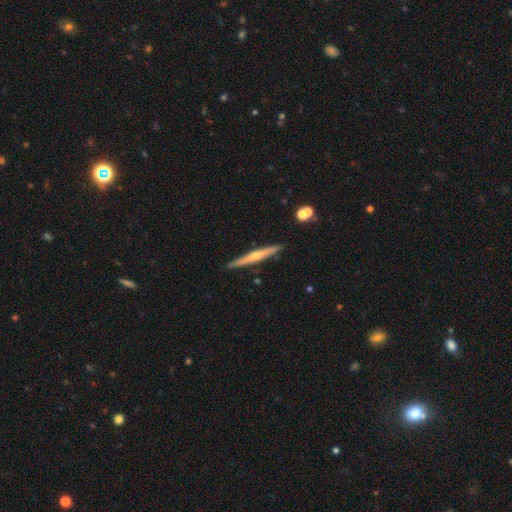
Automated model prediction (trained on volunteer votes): Q: Smooth or featured?
A: featured or disk (70%); runner-up: smooth (24%)
Q: Edge-on disk?
A: yes (98%); runner-up: no (2%)
Q: Edge-on bulge?
A: rounded (78%); runner-up: none (16%)
Q: Merging?
A: none (90%); runner-up: minor disturbance (7%)